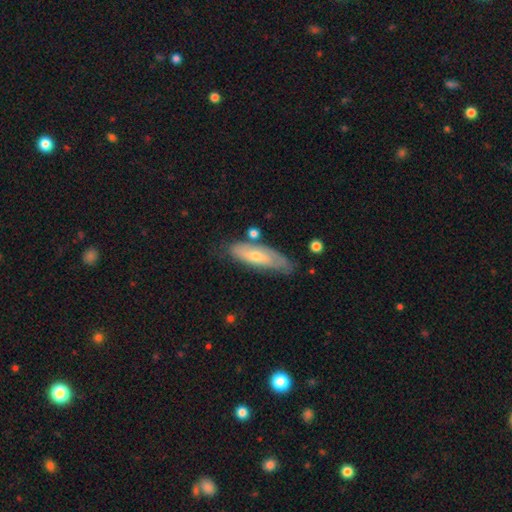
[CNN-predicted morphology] Smooth or featured: smooth — 47% (featured or disk — 46%)
Merging: none — 63% (minor disturbance — 25%)